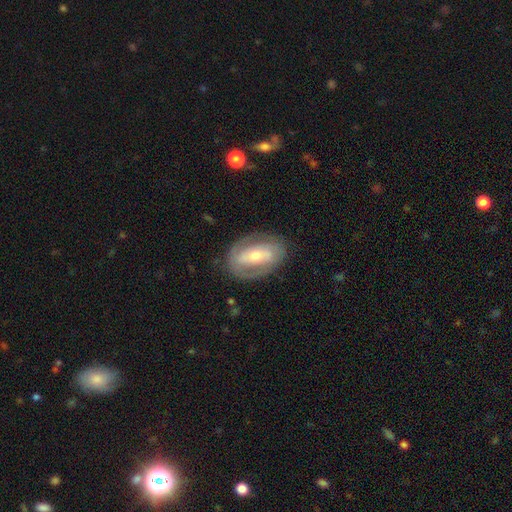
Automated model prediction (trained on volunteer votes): featured or disk 69%, smooth 25%, star or artifact 6%. Down the decision tree: edge-on disk — no (92%); bar — strong (42%); spiral arms — yes (53%); bulge size — moderate (54%); merging — none (78%).